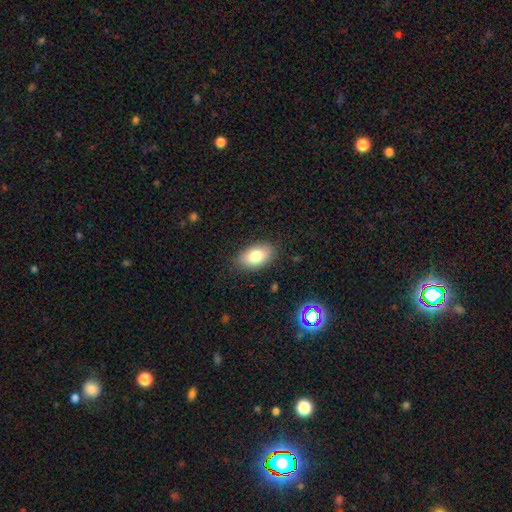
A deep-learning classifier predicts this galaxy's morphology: smooth_or_featured: smooth (p=0.80) [alt: featured or disk p=0.13]
how_rounded: in between (p=0.92) [alt: round p=0.07]
merging: none (p=0.85) [alt: minor disturbance p=0.11]